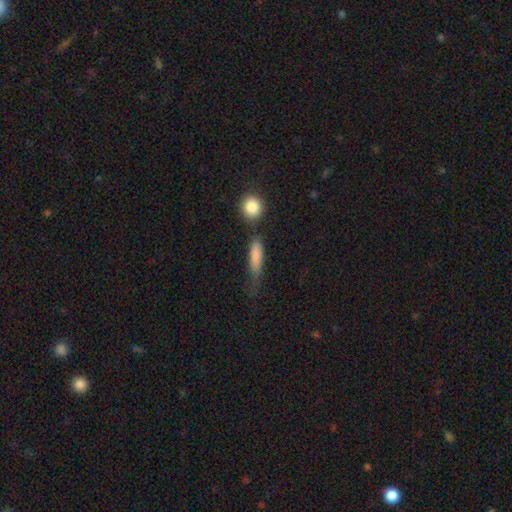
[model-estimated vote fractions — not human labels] This appears to be a smooth galaxy with no disk features (80%) that is cigar-shaped (59%). Merging: none (53%).